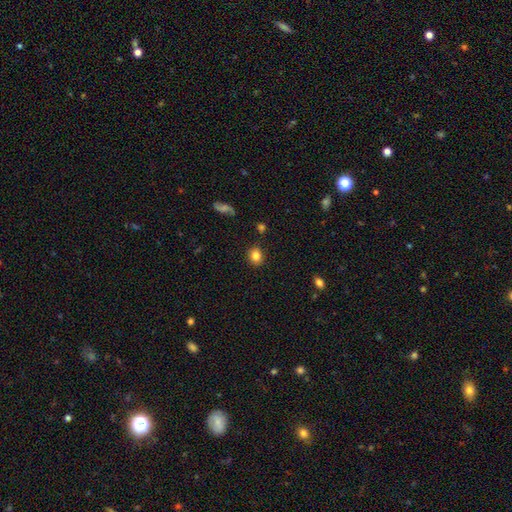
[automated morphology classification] The model was most divided on "how rounded": round: 68%, in between: 31%, cigar-shaped: 1%. More confident: merging — none (87%); smooth or featured — smooth (83%).